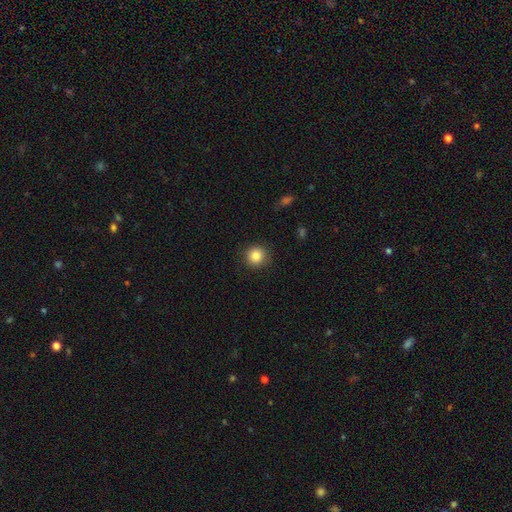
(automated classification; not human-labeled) Smooth or featured? Predicted: smooth (p=0.86). How rounded? Predicted: round (p=0.93). Merging? Predicted: none (p=0.90).